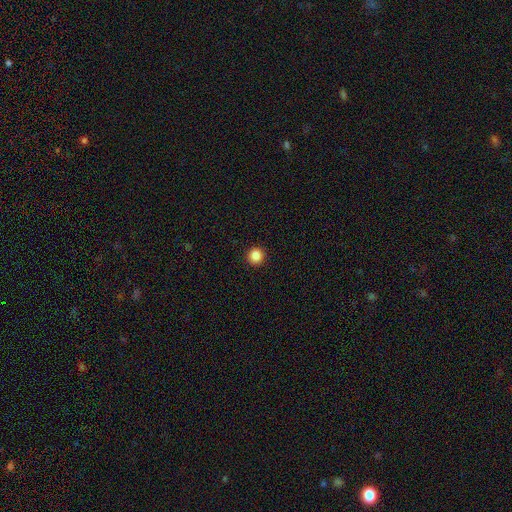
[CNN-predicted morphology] smooth-or-featured: smooth: 87% | star or artifact: 10% | featured or disk: 3%
  how-rounded: round: 95% | in between: 4% | cigar-shaped: 1%
  merging: none: 93% | minor disturbance: 4% | major disturbance: 2% | merger: 1%